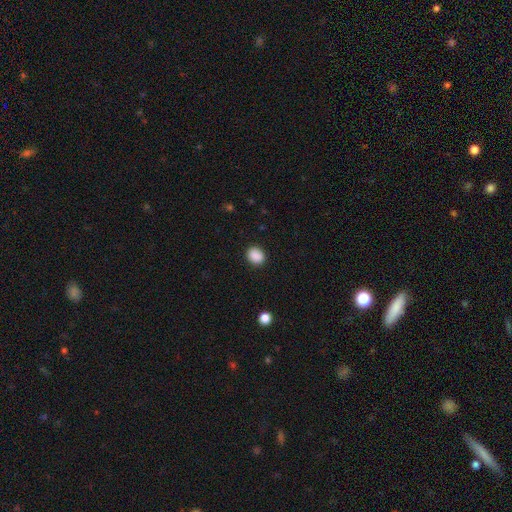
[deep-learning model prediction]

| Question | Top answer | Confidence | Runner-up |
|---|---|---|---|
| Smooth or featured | smooth | 89% | star or artifact (9%) |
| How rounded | round | 62% | in between (37%) |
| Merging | none | 90% | minor disturbance (7%) |